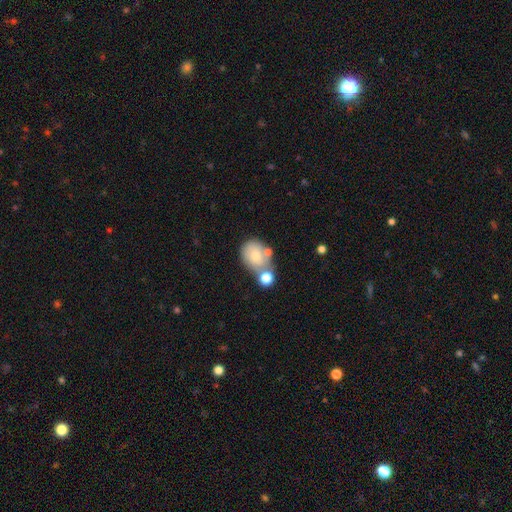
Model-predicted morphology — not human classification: Q: Smooth or featured?
A: smooth (72%); runner-up: featured or disk (19%)
Q: How rounded?
A: in between (59%); runner-up: round (40%)
Q: Merging?
A: none (42%); runner-up: merger (31%)